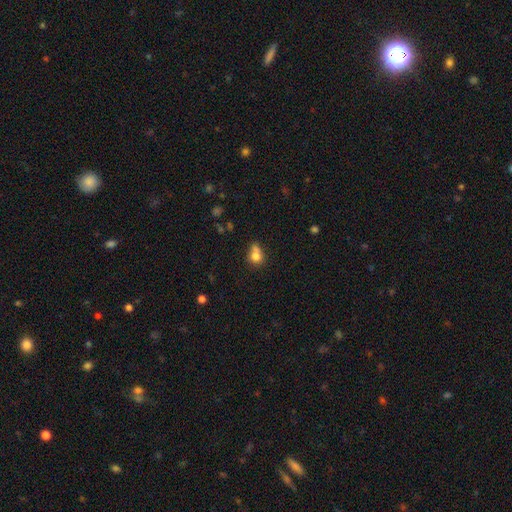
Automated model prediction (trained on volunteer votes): Smooth or featured? Predicted: smooth (p=0.77). How rounded? Predicted: round (p=0.63). Merging? Predicted: none (p=0.36).